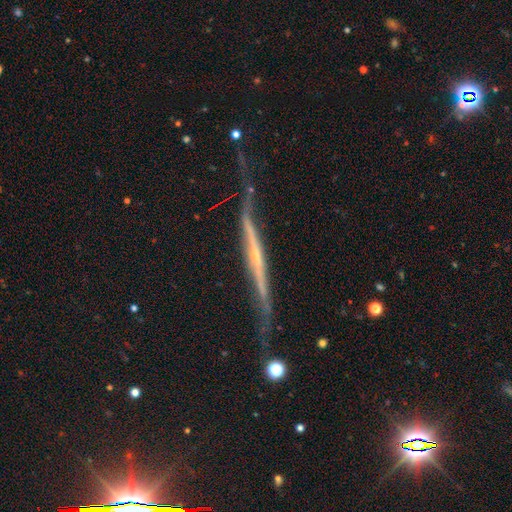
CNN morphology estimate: Smooth or featured: featured or disk — 82% (smooth — 10%)
Edge-on disk: yes — 89% (no — 11%)
Edge-on bulge: none — 46% (rounded — 45%)
Merging: none — 57% (minor disturbance — 27%)